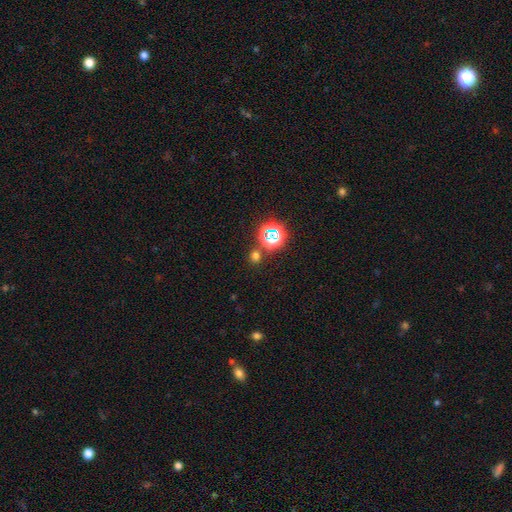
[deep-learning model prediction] Q: Smooth or featured?
A: smooth (60%); runner-up: star or artifact (34%)
Q: How rounded?
A: round (83%); runner-up: in between (15%)
Q: Merging?
A: none (78%); runner-up: merger (11%)